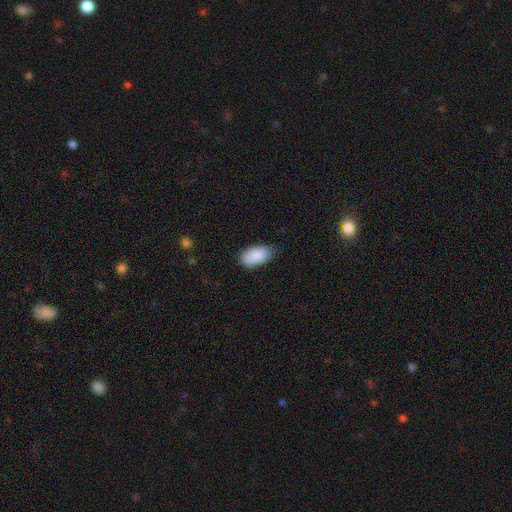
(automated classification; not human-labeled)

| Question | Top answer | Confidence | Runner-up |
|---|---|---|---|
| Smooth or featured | smooth | 88% | star or artifact (6%) |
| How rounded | in between | 94% | round (4%) |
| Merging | none | 72% | minor disturbance (23%) |